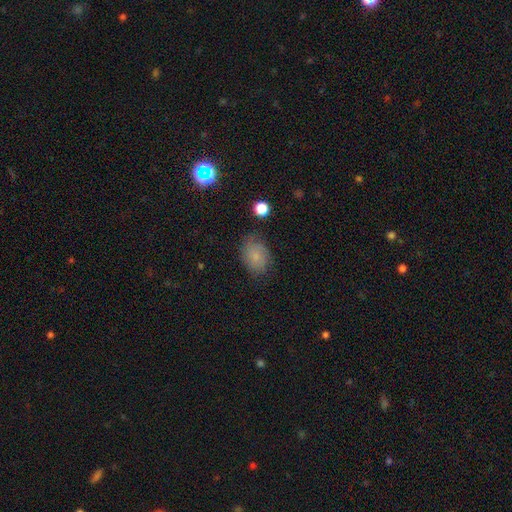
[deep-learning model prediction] A smooth galaxy with no disk features (69%) that is in between round and cigar-shaped (71%).

Vote fractions:
- Smooth or featured? smooth: 69% / featured or disk: 19% / star or artifact: 12%
- How rounded? in between: 71% / round: 28% / cigar-shaped: 1%
- Merging? none: 71% / minor disturbance: 21% / major disturbance: 6% / merger: 2%